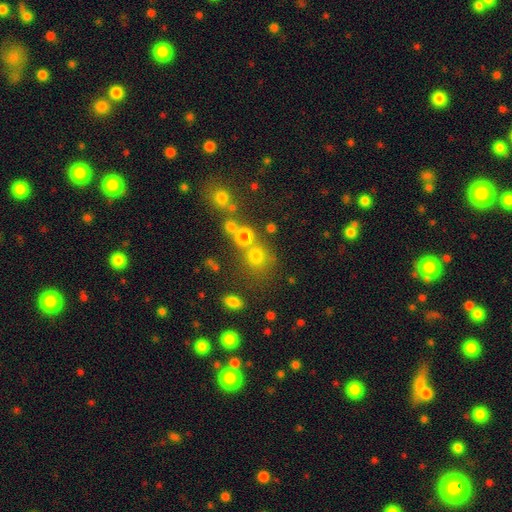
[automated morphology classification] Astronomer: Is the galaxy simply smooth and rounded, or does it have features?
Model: smooth — 73%.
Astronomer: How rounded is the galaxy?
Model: round — 84%.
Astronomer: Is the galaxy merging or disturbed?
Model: none — 62%.